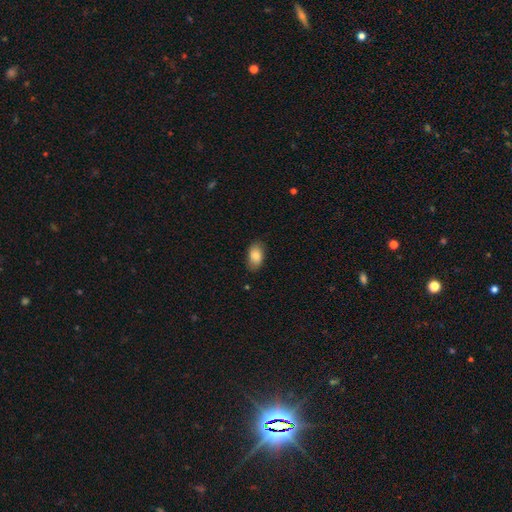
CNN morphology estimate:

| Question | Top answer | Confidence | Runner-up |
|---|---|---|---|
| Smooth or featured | smooth | 85% | featured or disk (8%) |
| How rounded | in between | 92% | round (6%) |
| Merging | none | 82% | minor disturbance (14%) |